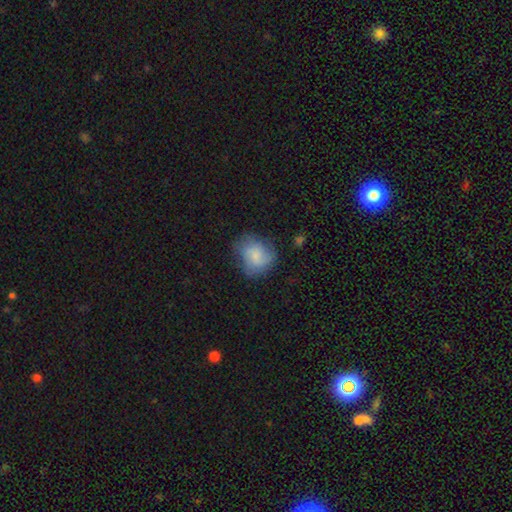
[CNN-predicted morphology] Smooth or featured? smooth (64%)
How rounded? round (64%)
Merging? none (56%)